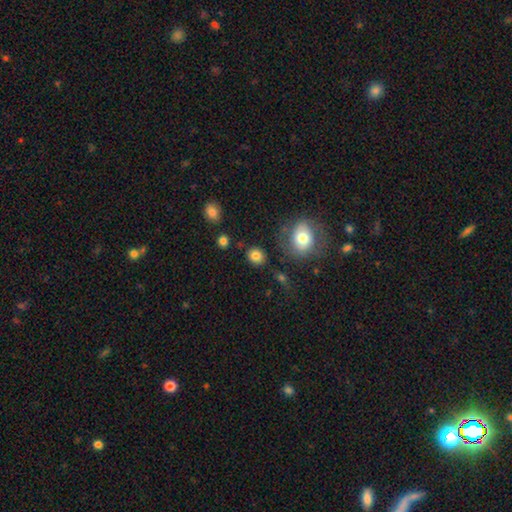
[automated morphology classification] Overall: smooth (83%). How rounded: round (77%). Merging: none (81%).